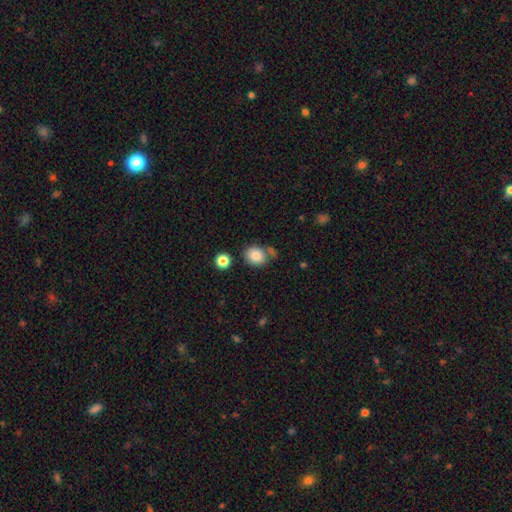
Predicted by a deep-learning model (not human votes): Smooth or featured: smooth — 83% (star or artifact — 10%)
How rounded: round — 58% (in between — 41%)
Merging: none — 68% (minor disturbance — 14%)